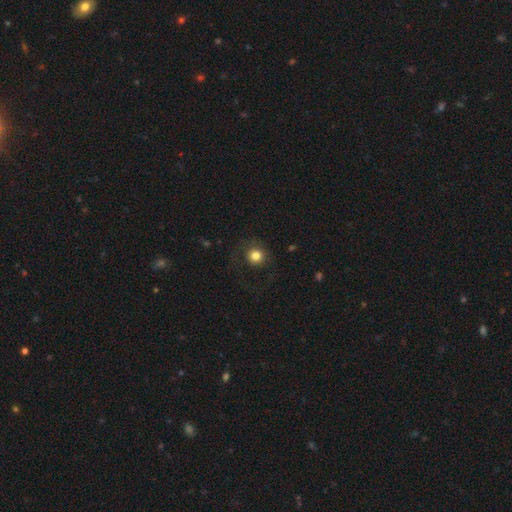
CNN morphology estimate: smooth_or_featured: smooth (p=0.81) [alt: star or artifact p=0.11]
how_rounded: round (p=0.93) [alt: in between p=0.06]
merging: none (p=0.78) [alt: minor disturbance p=0.11]